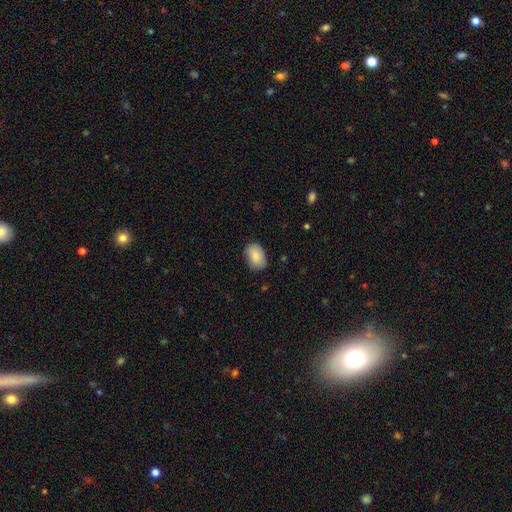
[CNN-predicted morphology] smooth_or_featured: smooth (p=0.86) [alt: featured or disk p=0.07]
how_rounded: in between (p=0.83) [alt: round p=0.16]
merging: none (p=0.77) [alt: minor disturbance p=0.19]